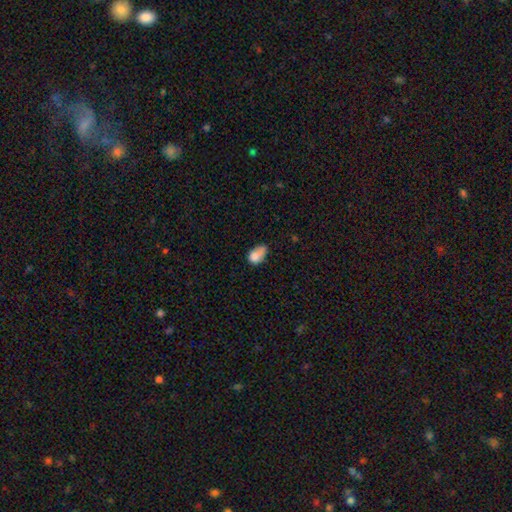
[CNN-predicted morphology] This appears to be a smooth galaxy with no disk features (78%) that is in between round and cigar-shaped (80%). Merging: minor disturbance (41%).